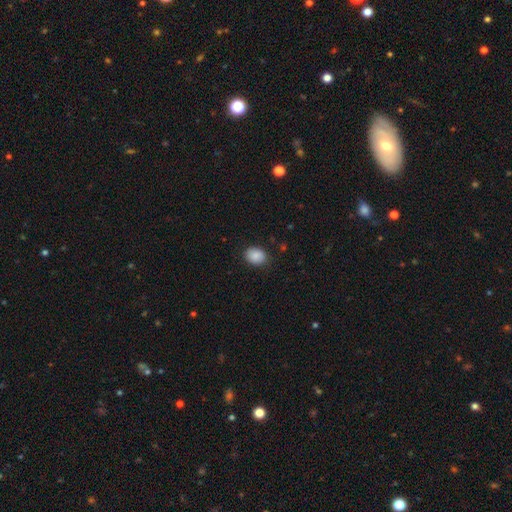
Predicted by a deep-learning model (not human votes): Smooth or featured? Predicted: smooth (p=0.88). How rounded? Predicted: in between (p=0.61). Merging? Predicted: none (p=0.86).